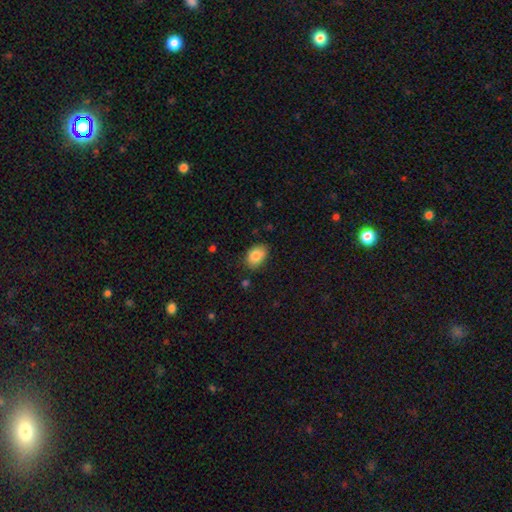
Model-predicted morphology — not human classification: A smooth galaxy with no disk features (84%) that is in between round and cigar-shaped (82%). Merging: none (81%).